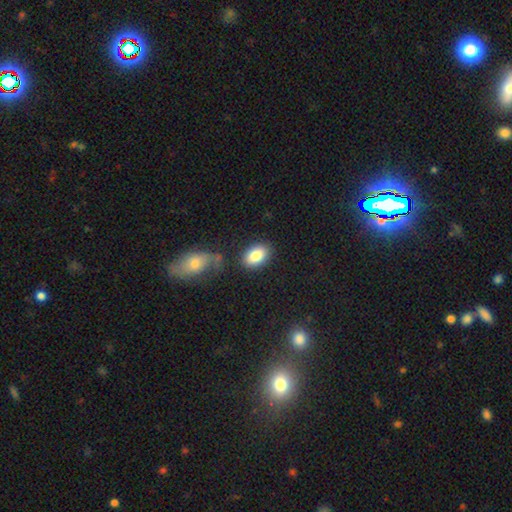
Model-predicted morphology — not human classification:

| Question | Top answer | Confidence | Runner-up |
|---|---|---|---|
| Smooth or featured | smooth | 84% | featured or disk (9%) |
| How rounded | in between | 87% | round (12%) |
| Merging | none | 79% | minor disturbance (10%) |